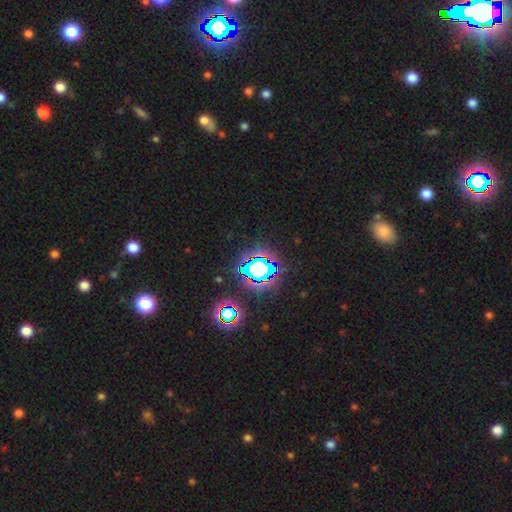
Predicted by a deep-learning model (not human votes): Overall: star or artifact (78%).